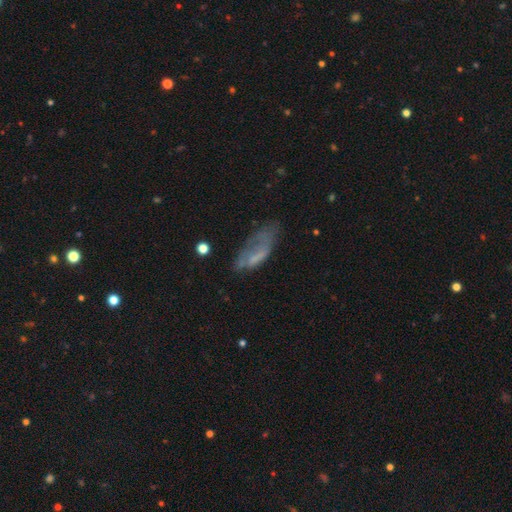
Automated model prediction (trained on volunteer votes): Smooth or featured: smooth — 52% (featured or disk — 37%)
How rounded: in between — 68% (cigar-shaped — 30%)
Merging: none — 36% (major disturbance — 31%)